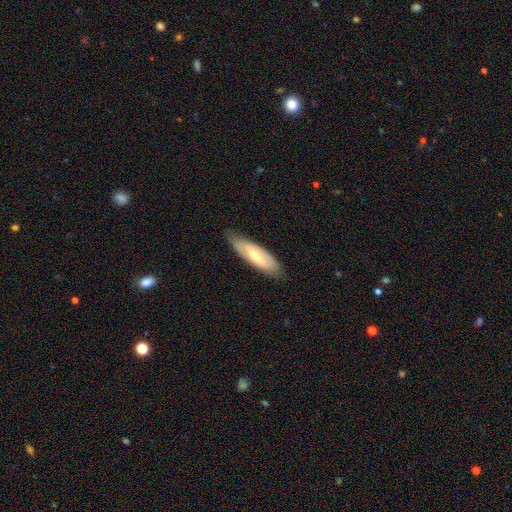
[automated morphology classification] Smooth or featured: featured or disk — 49% (smooth — 46%)
Merging: none — 78% (minor disturbance — 17%)